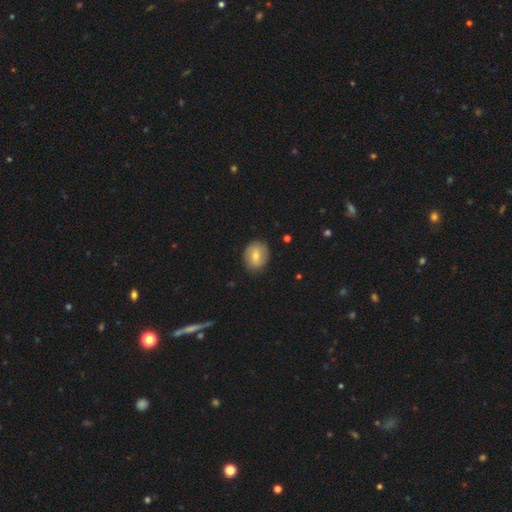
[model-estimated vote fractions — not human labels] A smooth galaxy with no disk features (68%) that is round (52%).

Vote fractions:
- Smooth or featured? smooth: 68% / featured or disk: 25% / star or artifact: 7%
- How rounded? round: 52% / in between: 47% / cigar-shaped: 1%
- Merging? none: 83% / minor disturbance: 13% / major disturbance: 3% / merger: 1%